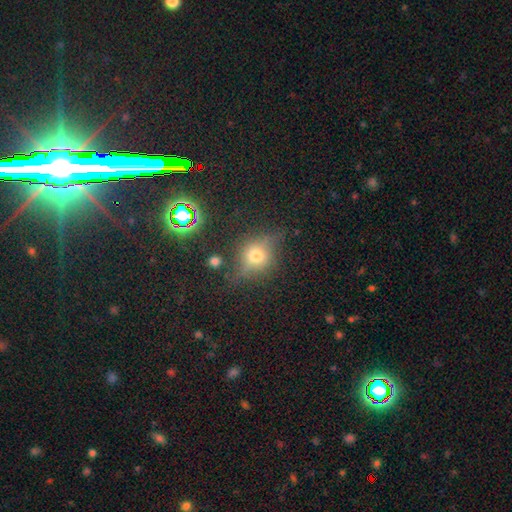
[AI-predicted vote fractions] A smooth galaxy with no disk features (45%). Merging: none (72%).